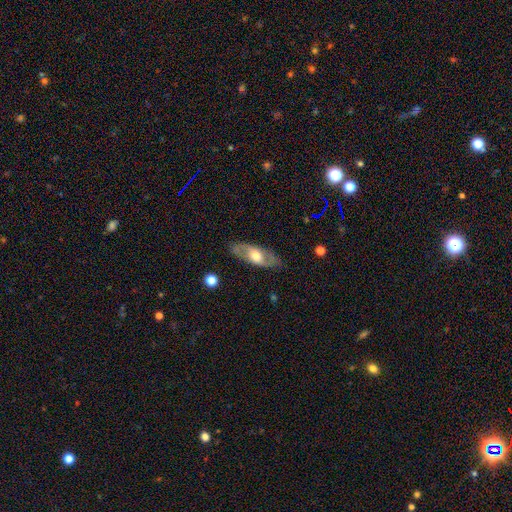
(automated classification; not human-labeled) smooth-or-featured: featured or disk: 61% | smooth: 33% | star or artifact: 6%
  disk-edge-on: no: 76% | yes: 24%
  merging: none: 82% | minor disturbance: 13% | major disturbance: 4% | merger: 1%